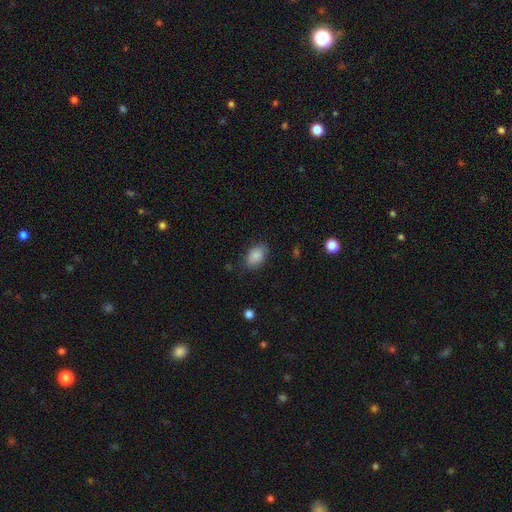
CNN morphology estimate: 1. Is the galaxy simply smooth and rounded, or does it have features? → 88% smooth, 7% star or artifact, 5% featured or disk.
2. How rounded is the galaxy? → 90% in between, 9% round, 2% cigar-shaped.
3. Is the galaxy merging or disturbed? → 82% none, 14% minor disturbance, 4% major disturbance, 1% merger.